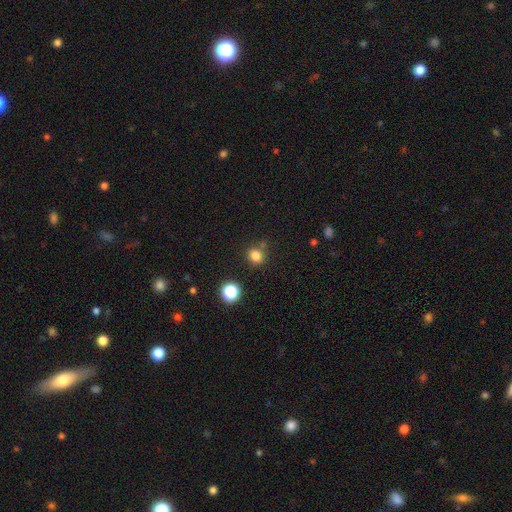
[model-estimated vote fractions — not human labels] smooth-or-featured: smooth: 80% | star or artifact: 15% | featured or disk: 5%
  how-rounded: round: 82% | in between: 17% | cigar-shaped: 1%
  merging: none: 77% | minor disturbance: 11% | merger: 9% | major disturbance: 3%